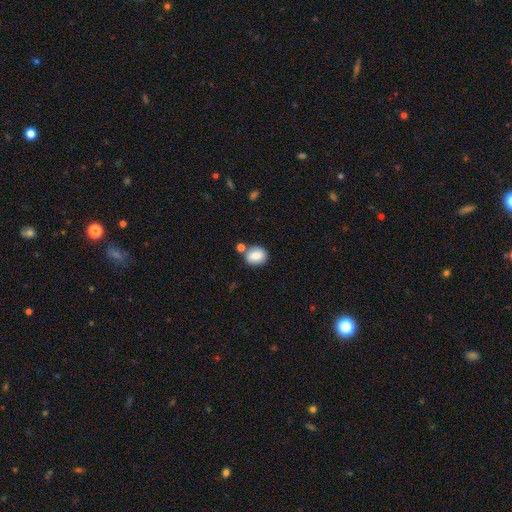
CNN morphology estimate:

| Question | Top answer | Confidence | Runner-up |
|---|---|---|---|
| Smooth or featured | smooth | 83% | featured or disk (9%) |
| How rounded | round | 57% | in between (42%) |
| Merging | none | 67% | merger (17%) |